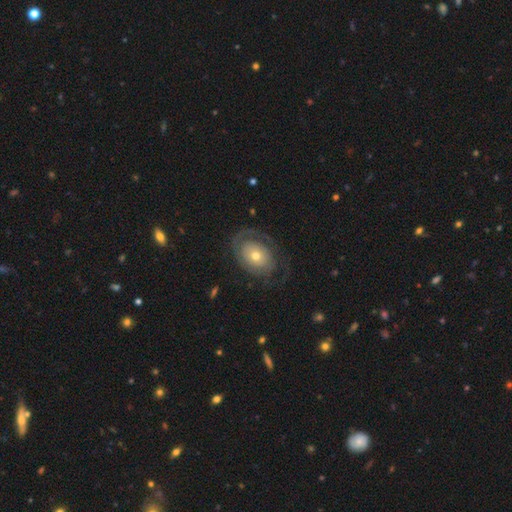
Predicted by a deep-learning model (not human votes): Overall: featured or disk (65%; smooth 28%). Edge-on disk: no (95%). Bar: no (84%). Spiral arms: yes (71%). Bulge size: moderate (53%; small 39%). Merging: none (63%).